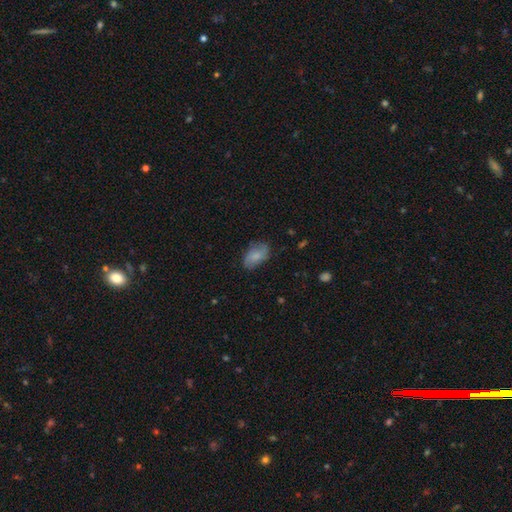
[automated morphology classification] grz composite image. It shows a smooth galaxy with no disk features (72%) that is in between round and cigar-shaped (91%). Merging: none (70%).